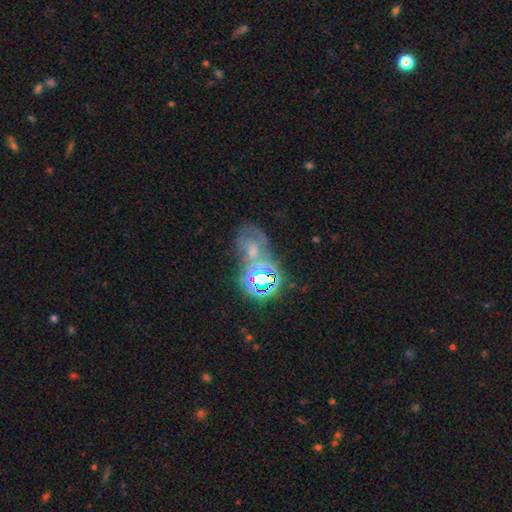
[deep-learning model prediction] Smooth or featured? Predicted: star or artifact (p=0.48).